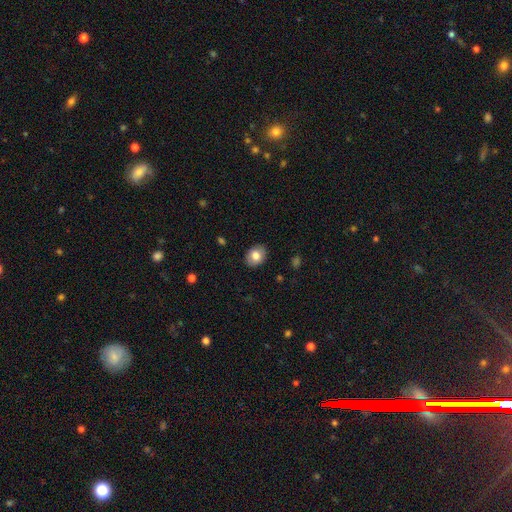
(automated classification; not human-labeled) Morphology: type=smooth (80%); roundness=in between (55%); merging=none (88%).